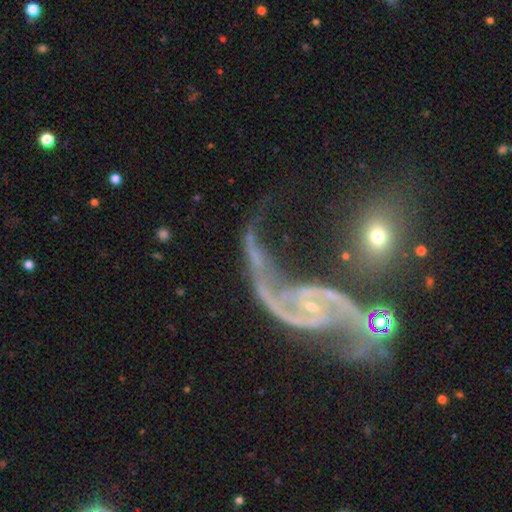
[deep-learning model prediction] Smooth or featured? featured or disk (87%)
Edge-on disk? no (95%)
Bar? no (42%)
Spiral arms? yes (94%)
Spiral winding? loose (69%)
Spiral arm count? 2 (92%)
Bulge size? small (82%)
Merging? none (38%)